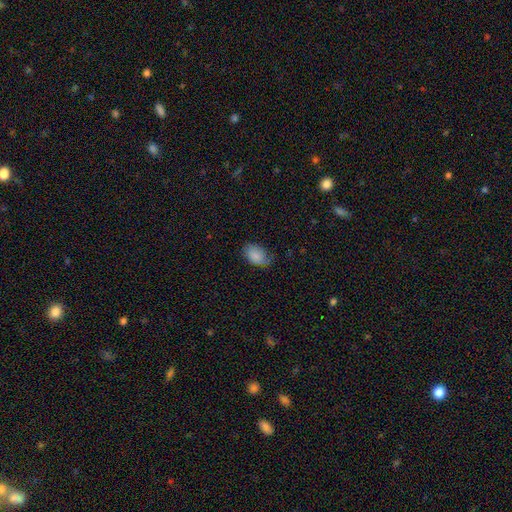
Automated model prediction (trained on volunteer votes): A smooth galaxy with no disk features (84%) that is in between round and cigar-shaped (85%).

Vote fractions:
- Smooth or featured? smooth: 84% / featured or disk: 8% / star or artifact: 8%
- How rounded? in between: 85% / round: 14% / cigar-shaped: 1%
- Merging? none: 64% / minor disturbance: 28% / major disturbance: 7% / merger: 1%